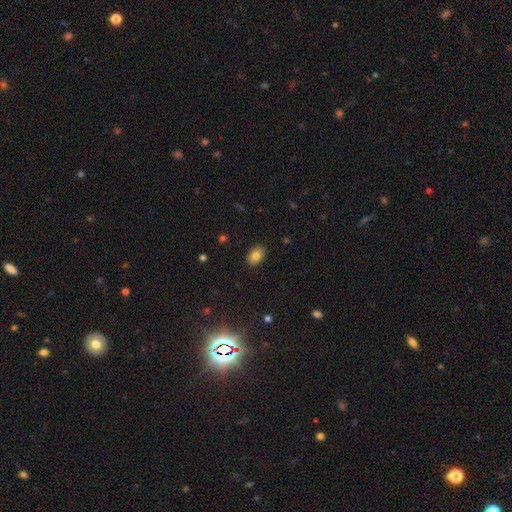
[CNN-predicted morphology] Smooth or featured? smooth (82%)
How rounded? in between (82%)
Merging? none (89%)